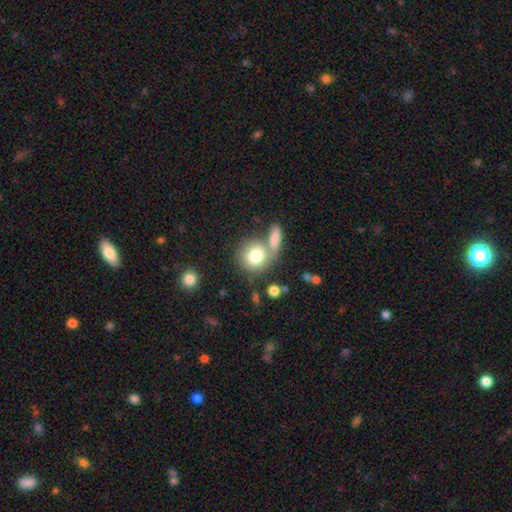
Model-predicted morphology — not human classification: A smooth galaxy with no disk features (78%) that is round (79%).

Vote fractions:
- Smooth or featured? smooth: 78% / featured or disk: 13% / star or artifact: 9%
- How rounded? round: 79% / in between: 20% / cigar-shaped: 2%
- Merging? none: 51% / merger: 33% / minor disturbance: 11% / major disturbance: 5%